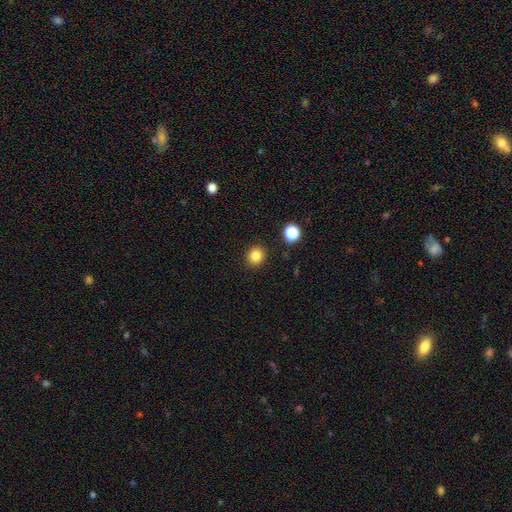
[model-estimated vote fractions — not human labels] smooth 83%, star or artifact 12%, featured or disk 5%. Down the decision tree: how rounded — round (85%); merging — none (91%).